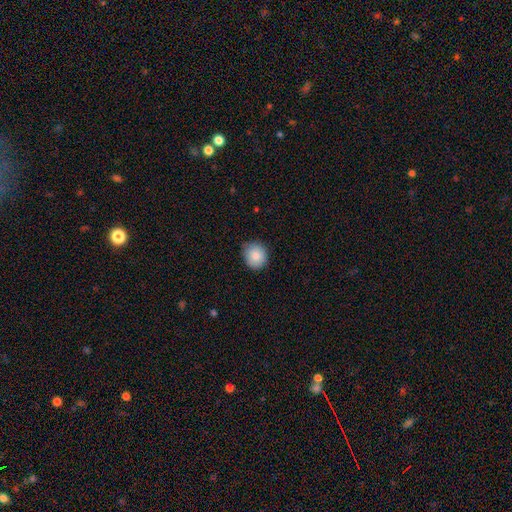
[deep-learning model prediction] This is clearly a smooth galaxy (86%). How rounded: clearly round (82%). Merging: clearly none (80%).